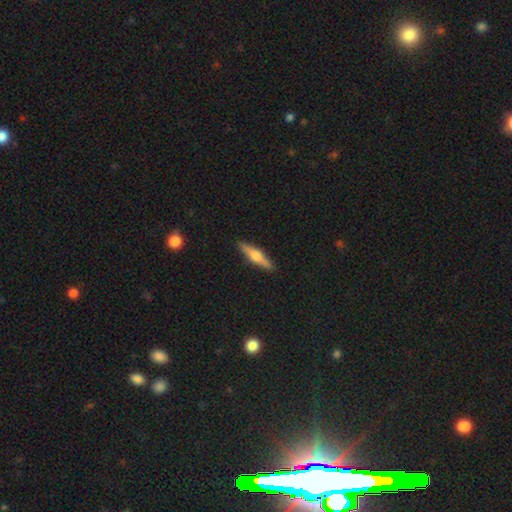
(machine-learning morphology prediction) A featured or disk galaxy (59%) viewed edge-on (96%) with a rounded central bulge (90%). Merging: none (91%).